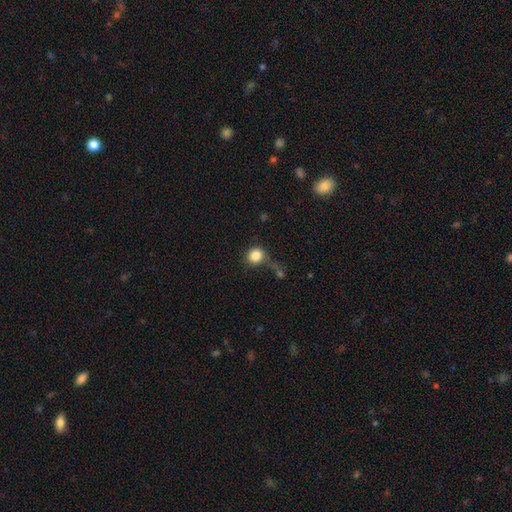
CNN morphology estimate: The model was most divided on "merging": none: 63%, minor disturbance: 18%, major disturbance: 10%, merger: 9%. More confident: how rounded — round (85%); smooth or featured — smooth (85%).